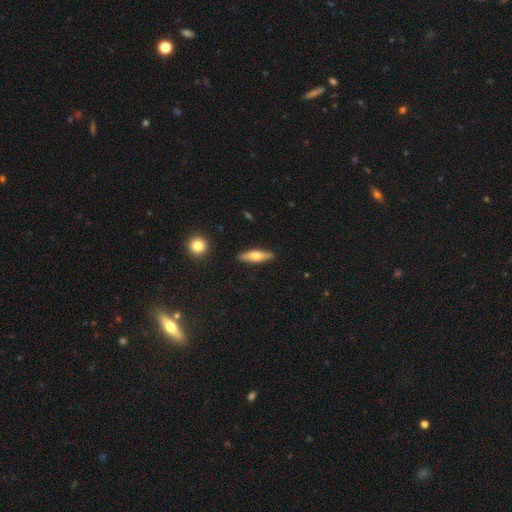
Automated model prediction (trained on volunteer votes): This appears to be a smooth galaxy with no disk features (55%) that is cigar-shaped (67%). Merging: none (88%).